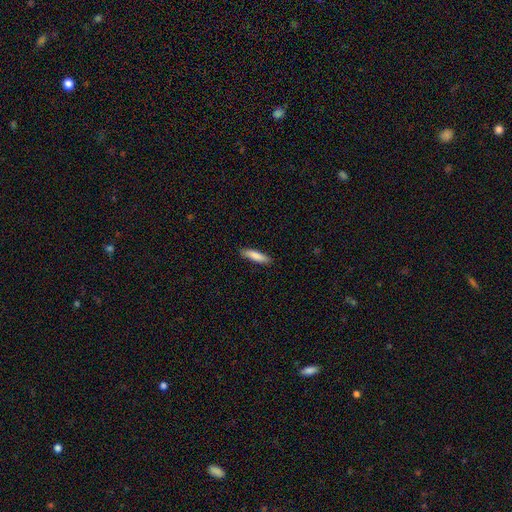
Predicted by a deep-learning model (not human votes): Smooth or featured? Predicted: smooth (p=0.85). How rounded? Predicted: cigar-shaped (p=0.71). Merging? Predicted: none (p=0.88).